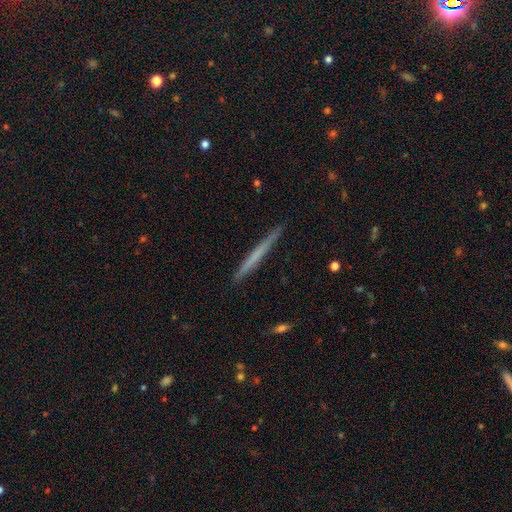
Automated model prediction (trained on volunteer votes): Morphology: type=smooth (51%); roundness=cigar-shaped (97%); merging=none (92%).